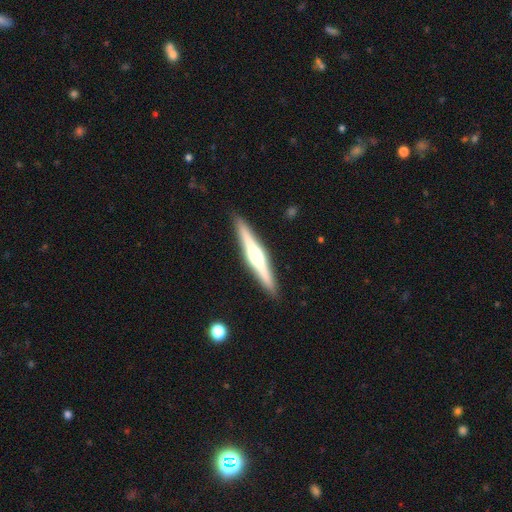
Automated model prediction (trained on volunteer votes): A featured or disk galaxy (69%) viewed edge-on (98%) with a rounded central bulge (85%). Merging: none (91%).